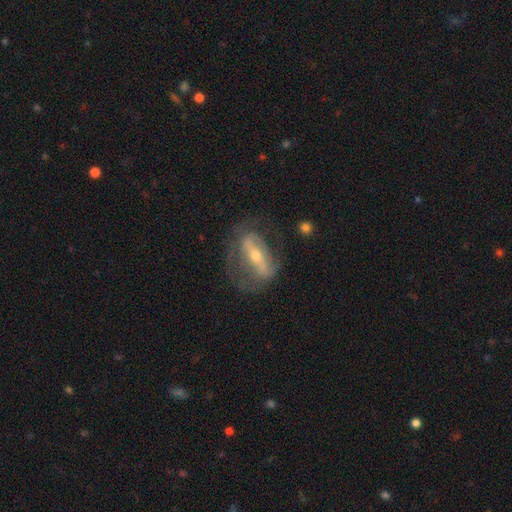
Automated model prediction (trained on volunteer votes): This appears to be a featured or disk galaxy (77%) with a strong bar (65%), spiral arms (57%) and a small central bulge (51%). Merging: none (58%).